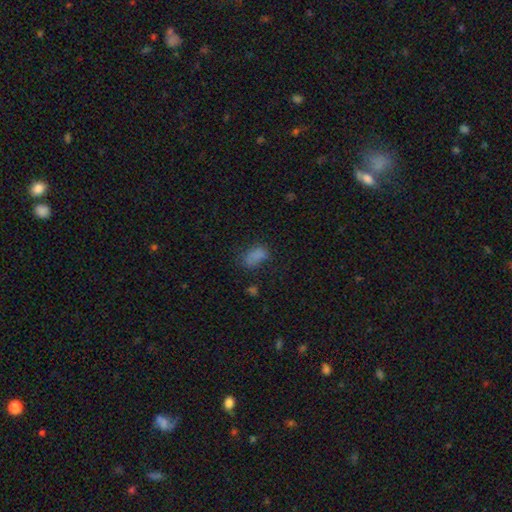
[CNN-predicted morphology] smooth-or-featured: smooth: 78% | star or artifact: 14% | featured or disk: 8%
  how-rounded: in between: 88% | round: 9% | cigar-shaped: 3%
  merging: none: 55% | minor disturbance: 25% | major disturbance: 15% | merger: 5%